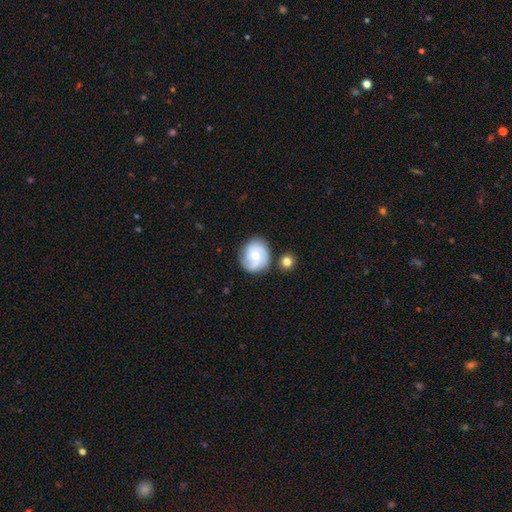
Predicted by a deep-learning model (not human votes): This appears to be a featured or disk galaxy (62%) with no bar (69%), 3 (46%) tight (43%) spiral arms (93%) and a small central bulge (49%). Merging: none (72%).